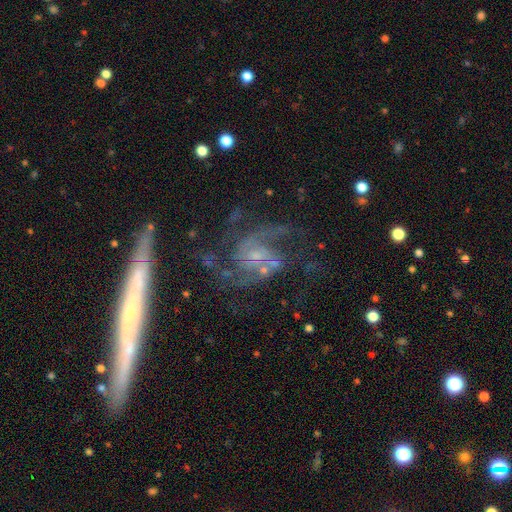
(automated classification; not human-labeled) Overall: featured or disk (84%). Edge-on disk: no (97%). Bar: no (46%; weak 42%). Spiral arms: yes (93%). Spiral arm count: 2 (59%). Spiral winding: medium (53%; loose 24%). Bulge size: small (53%; moderate 22%). Merging: none (53%; major disturbance 22%).